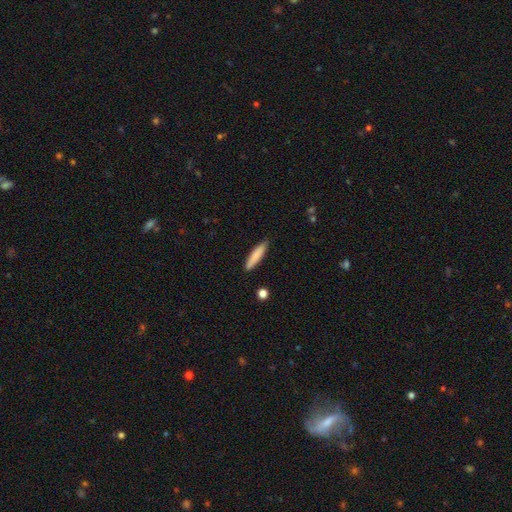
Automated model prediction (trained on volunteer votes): smooth 80%, featured or disk 14%, star or artifact 6%. Down the decision tree: how rounded — cigar-shaped (86%); merging — none (85%).